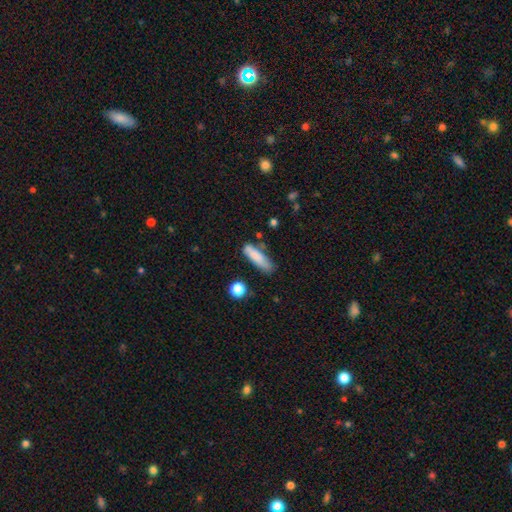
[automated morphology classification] Smooth or featured? smooth (79%)
How rounded? cigar-shaped (59%)
Merging? none (59%)